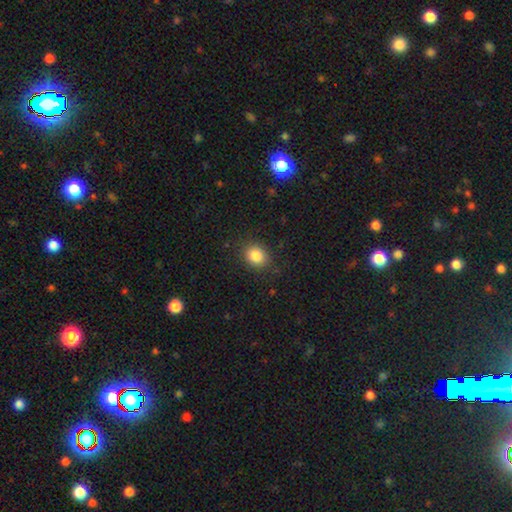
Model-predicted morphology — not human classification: type=smooth (85%); roundness=round (62%); merging=none (85%).